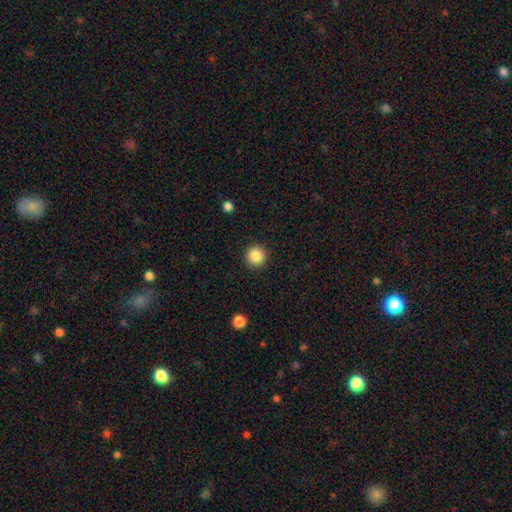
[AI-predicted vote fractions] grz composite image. It shows a smooth galaxy with no disk features (86%) that is round (95%). Merging: none (92%).